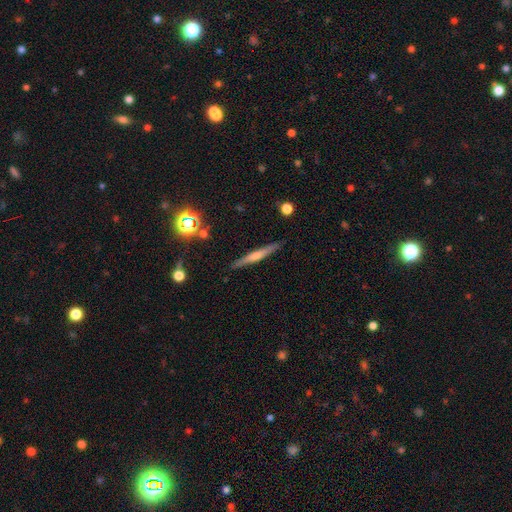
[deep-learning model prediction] Smooth or featured: featured or disk — 47% (smooth — 45%)
Merging: none — 89% (minor disturbance — 8%)